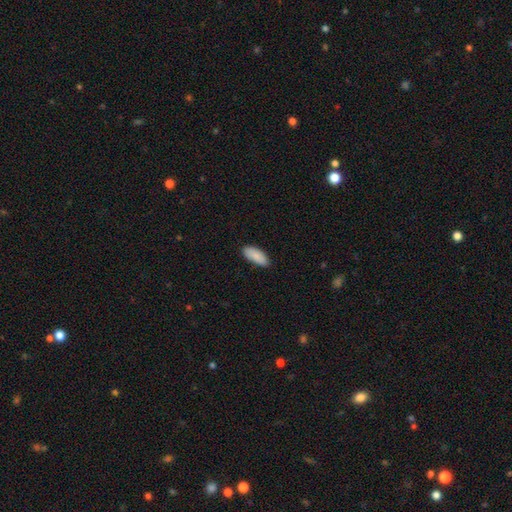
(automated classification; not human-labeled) A smooth galaxy with no disk features (89%) that is in between round and cigar-shaped (83%).

Vote fractions:
- Smooth or featured? smooth: 89% / star or artifact: 6% / featured or disk: 5%
- How rounded? in between: 83% / cigar-shaped: 15% / round: 2%
- Merging? none: 83% / minor disturbance: 13% / major disturbance: 2% / merger: 1%